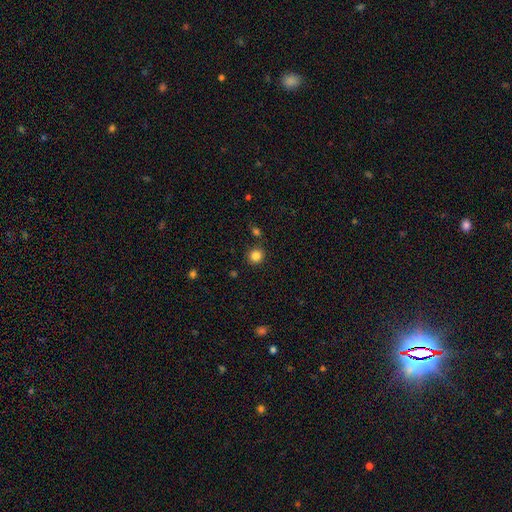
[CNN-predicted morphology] Overall: smooth (85%). How rounded: round (89%). Merging: none (86%).